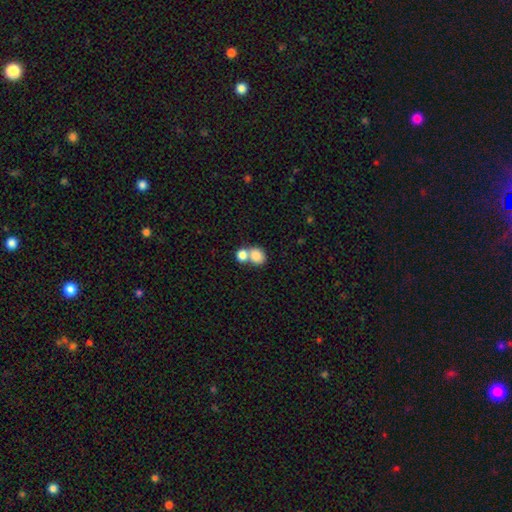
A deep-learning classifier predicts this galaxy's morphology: The model was most divided on "merging": merger: 57%, none: 33%, minor disturbance: 6%, major disturbance: 3%. More confident: smooth or featured — smooth (83%); how rounded — round (71%).